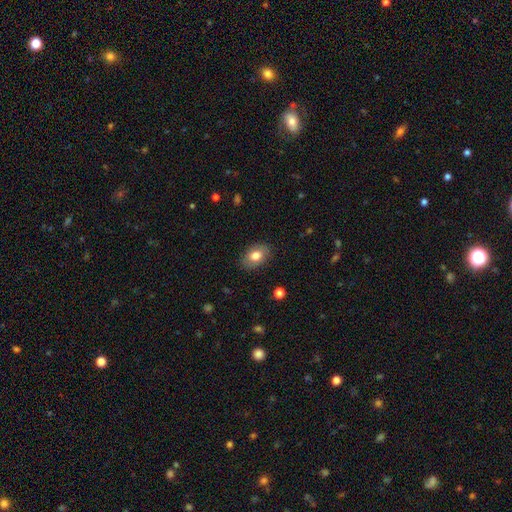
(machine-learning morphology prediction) This appears to be a smooth galaxy with no disk features (76%) that is in between round and cigar-shaped (84%). Merging: none (84%).